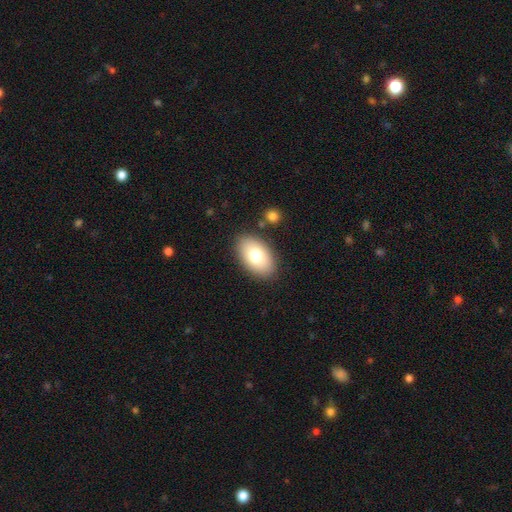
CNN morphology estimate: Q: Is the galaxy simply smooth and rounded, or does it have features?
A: smooth — 75%.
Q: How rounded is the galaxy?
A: in between — 92%.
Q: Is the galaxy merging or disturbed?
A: none — 86%.